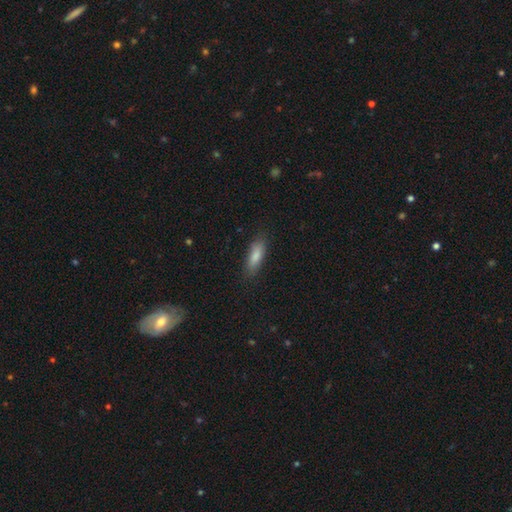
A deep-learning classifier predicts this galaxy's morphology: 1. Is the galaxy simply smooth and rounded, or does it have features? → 83% smooth, 10% featured or disk, 7% star or artifact.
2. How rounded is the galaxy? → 60% in between, 37% cigar-shaped, 2% round.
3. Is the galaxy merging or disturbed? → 82% none, 14% minor disturbance, 3% major disturbance, 1% merger.